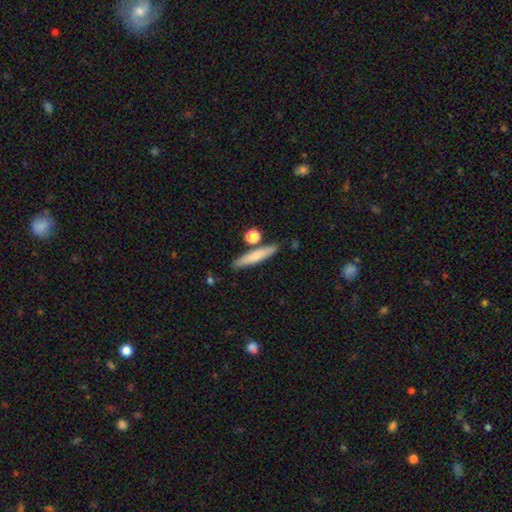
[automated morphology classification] The model was most divided on "smooth or featured": smooth: 71%, featured or disk: 23%, star or artifact: 6%. More confident: how rounded — cigar-shaped (88%); merging — none (81%).